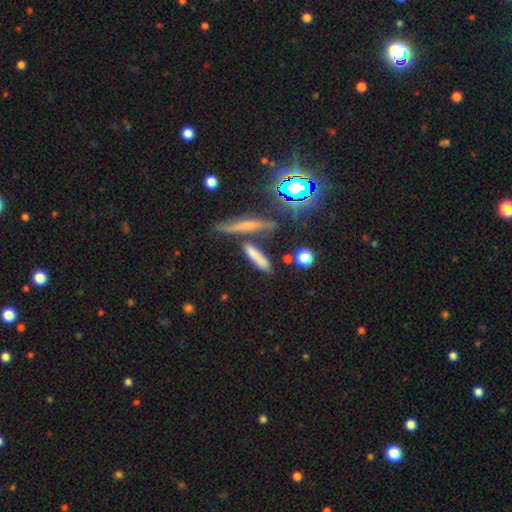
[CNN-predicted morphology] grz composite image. It shows a smooth galaxy with no disk features (70%) that is cigar-shaped (75%). Merging: none (55%).